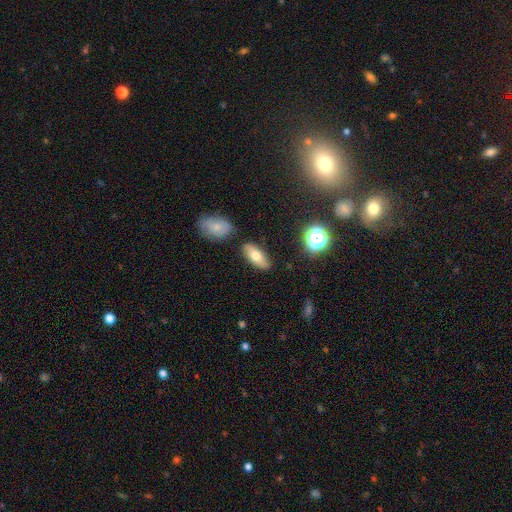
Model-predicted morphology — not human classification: Smooth or featured: smooth — 69% (featured or disk — 22%)
How rounded: in between — 82% (cigar-shaped — 14%)
Merging: none — 82% (minor disturbance — 11%)